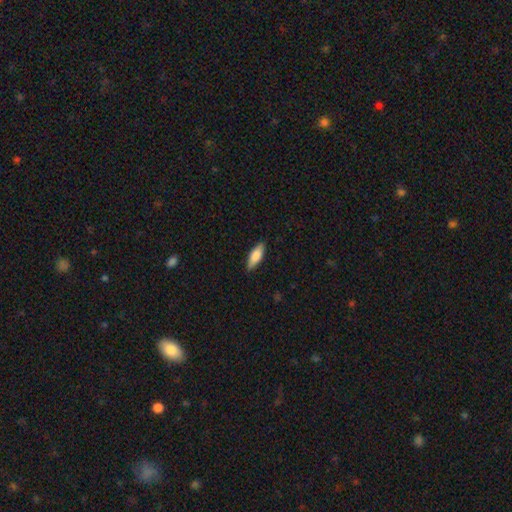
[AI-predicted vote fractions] A smooth galaxy with no disk features (78%) that is in between round and cigar-shaped (62%).

Vote fractions:
- Smooth or featured? smooth: 78% / featured or disk: 16% / star or artifact: 6%
- How rounded? in between: 62% / cigar-shaped: 36% / round: 2%
- Merging? none: 86% / minor disturbance: 11% / major disturbance: 2% / merger: 1%